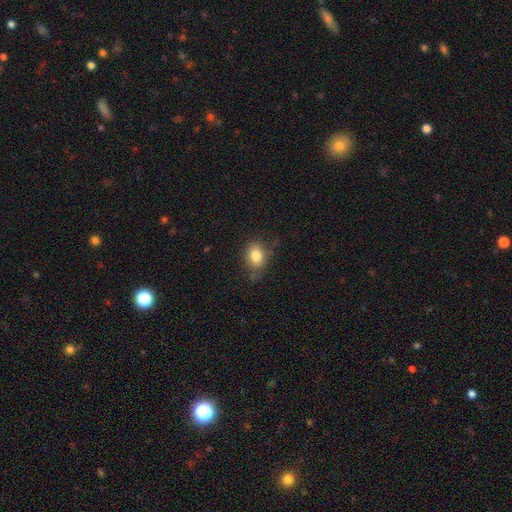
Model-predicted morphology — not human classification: The model was most divided on "how rounded": in between: 63%, round: 36%, cigar-shaped: 1%. More confident: smooth or featured — smooth (81%); merging — none (71%).